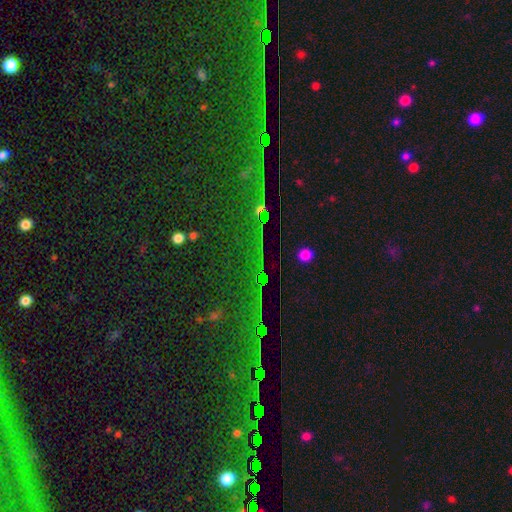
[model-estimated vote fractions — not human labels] Morphology: type=star or artifact (82%).